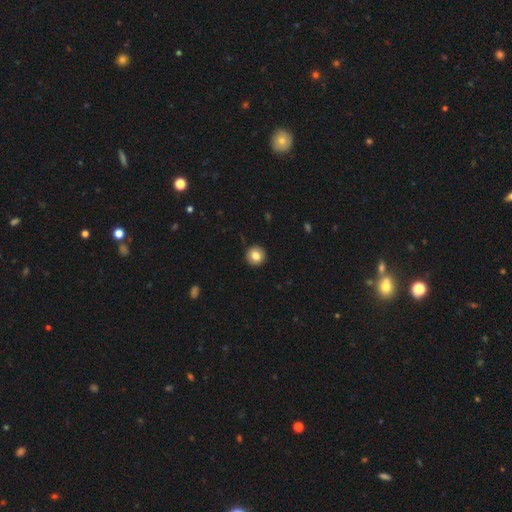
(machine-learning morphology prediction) Q: Smooth or featured?
A: smooth (83%); runner-up: star or artifact (9%)
Q: How rounded?
A: round (94%); runner-up: in between (5%)
Q: Merging?
A: none (92%); runner-up: minor disturbance (6%)